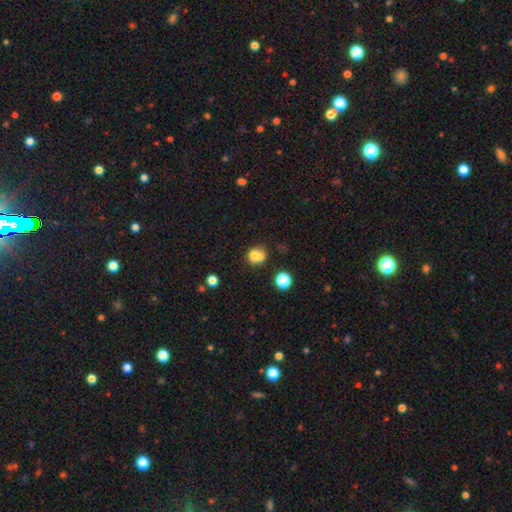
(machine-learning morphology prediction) Overall: smooth (73%). How rounded: round (75%). Merging: merger (44%; none 39%).